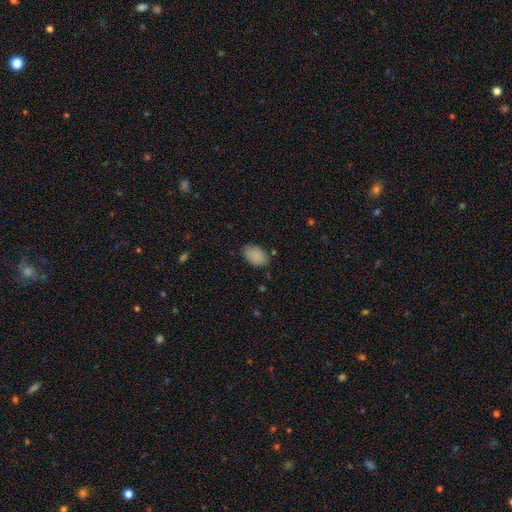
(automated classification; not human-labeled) This is clearly a smooth galaxy (88%). How rounded: clearly in between (88%). Merging: likely none (80%).